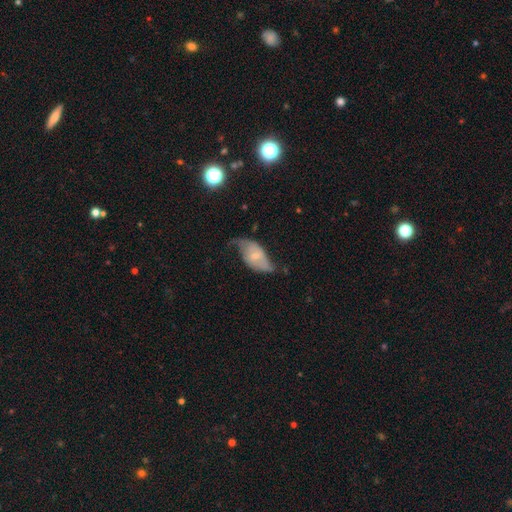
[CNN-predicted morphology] The model was most divided on "merging": none: 38%, minor disturbance: 33%, major disturbance: 27%, merger: 3%. More confident: edge-on disk — no (92%); spiral arms — yes (75%); smooth or featured — featured or disk (61%); bulge size — small (61%); bar — no (59%).